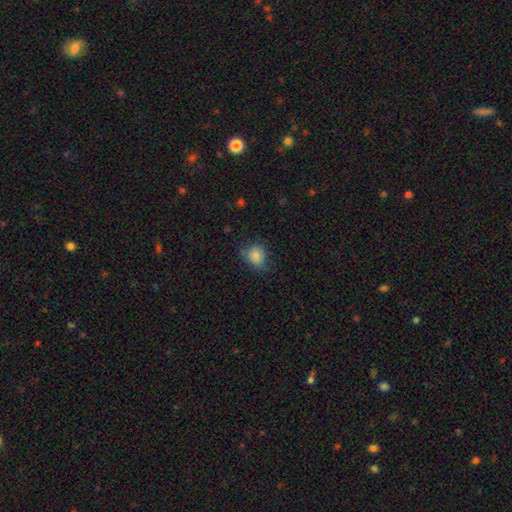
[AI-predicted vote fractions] Q: Smooth or featured?
A: smooth (84%); runner-up: star or artifact (9%)
Q: How rounded?
A: round (68%); runner-up: in between (31%)
Q: Merging?
A: none (63%); runner-up: minor disturbance (27%)